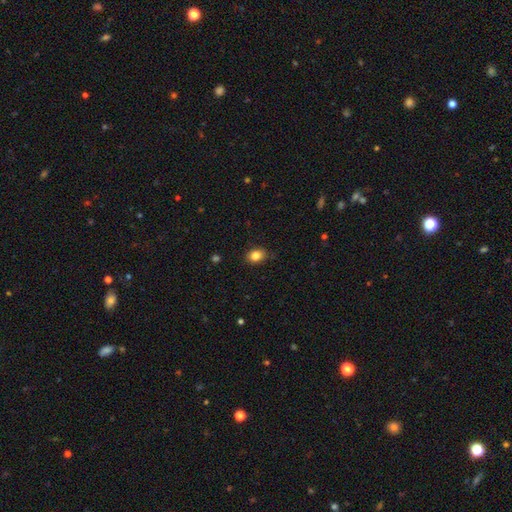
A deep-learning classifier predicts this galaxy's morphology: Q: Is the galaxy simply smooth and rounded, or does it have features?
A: smooth — 85%.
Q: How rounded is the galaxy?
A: in between — 59%.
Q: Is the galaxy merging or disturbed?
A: none — 81%.